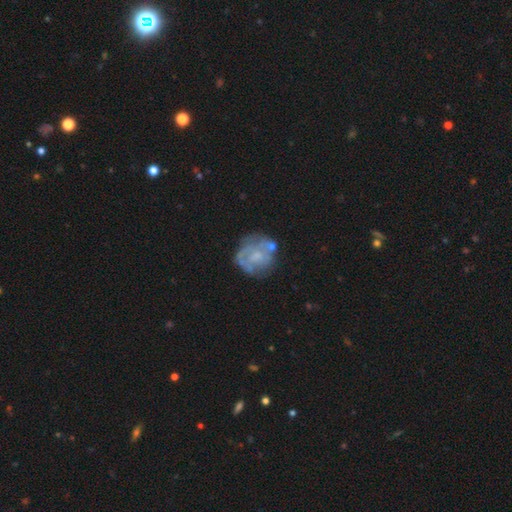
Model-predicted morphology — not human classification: featured or disk 64%, smooth 28%, star or artifact 8%. Down the decision tree: edge-on disk — no (98%); bar — no (72%); spiral arms — yes (53%); bulge size — small (37%); merging — none (58%).